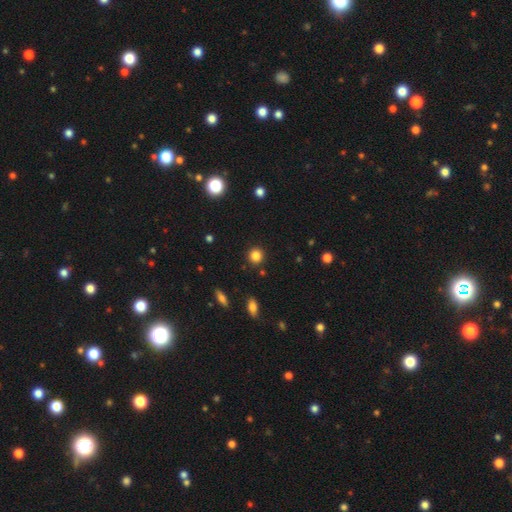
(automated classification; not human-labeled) This is clearly a smooth galaxy (84%). How rounded: clearly round (93%). Merging: clearly none (91%).